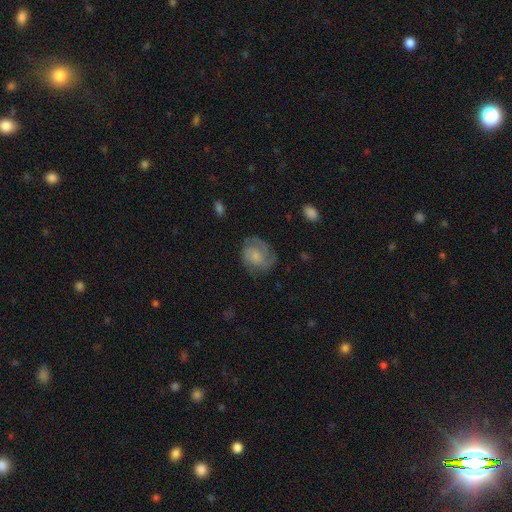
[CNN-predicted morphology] A featured or disk galaxy (62%) with no bar (66%), 2 (36%) medium (43%) spiral arms (90%) and a small central bulge (51%).

Vote fractions:
- Smooth or featured? featured or disk: 62% / smooth: 31% / star or artifact: 7%
- Edge-on disk? no: 98% / yes: 2%
- Bar? no: 66% / weak: 30% / strong: 4%
- Spiral arms? yes: 90% / no: 10%
- Spiral winding? medium: 43% / tight: 42% / loose: 15%
- Spiral arm count? 2: 36% / can't tell: 25% / 3: 25% / 1: 7% / 4: 5% / more than 4: 4%
- Bulge size? small: 51% / moderate: 30% / none: 14% / large: 4% / dominant: 1%
- Merging? none: 66% / minor disturbance: 21% / major disturbance: 11% / merger: 1%